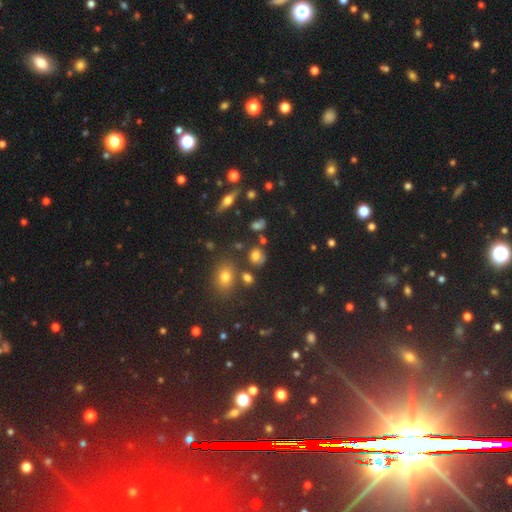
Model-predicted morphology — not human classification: Overall: smooth (69%). How rounded: round (65%; in between 33%). Merging: none (70%).